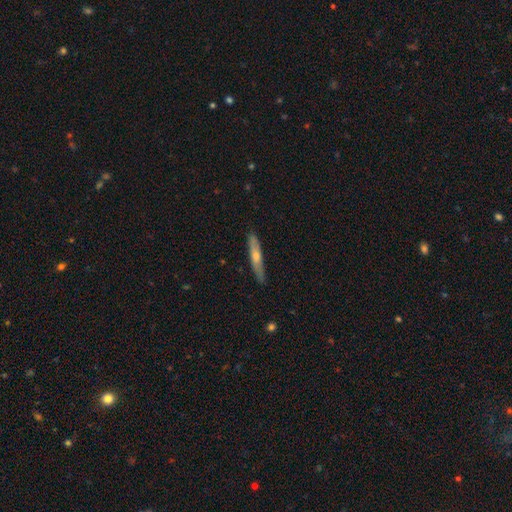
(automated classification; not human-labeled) Overall: featured or disk (52%; smooth 43%). Edge-on disk: yes (92%). Merging: none (88%).